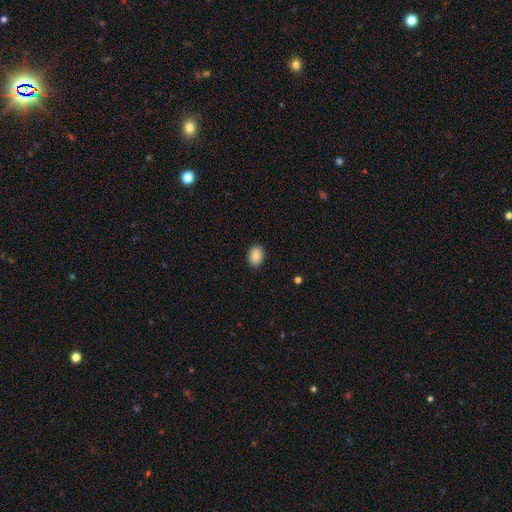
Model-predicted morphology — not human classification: The model was most divided on "how rounded": in between: 71%, round: 28%, cigar-shaped: 1%. More confident: merging — none (90%); smooth or featured — smooth (87%).